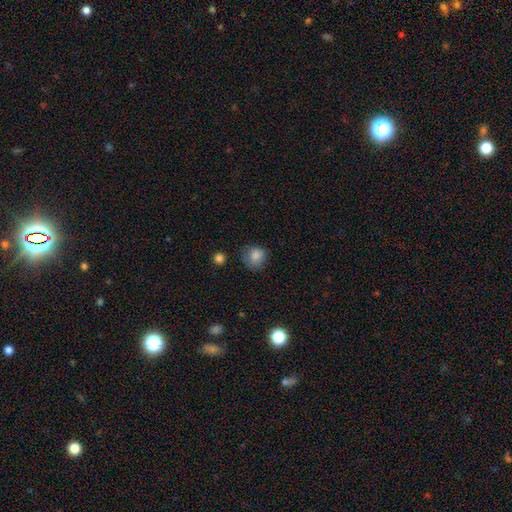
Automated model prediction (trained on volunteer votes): This is clearly a smooth galaxy (83%). How rounded: likely round (77%). Merging: likely none (62%).